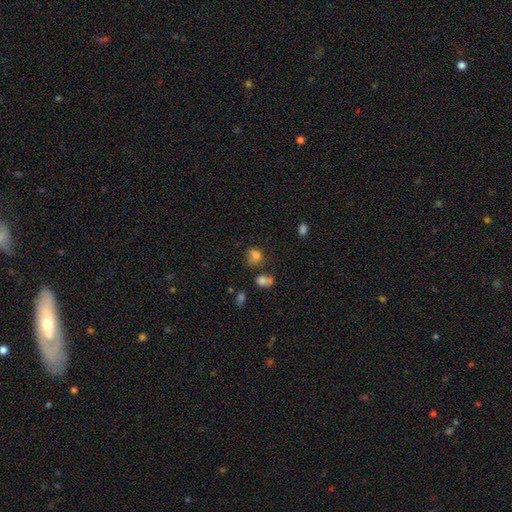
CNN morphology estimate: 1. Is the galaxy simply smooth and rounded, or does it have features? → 75% smooth, 14% star or artifact, 11% featured or disk.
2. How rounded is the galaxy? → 57% round, 42% in between, 1% cigar-shaped.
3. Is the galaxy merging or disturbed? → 44% none, 24% minor disturbance, 19% merger, 13% major disturbance.